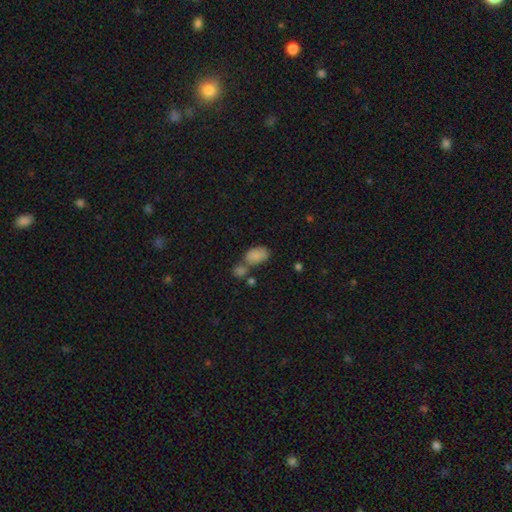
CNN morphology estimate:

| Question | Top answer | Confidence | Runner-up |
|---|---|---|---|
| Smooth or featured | smooth | 84% | star or artifact (9%) |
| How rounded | in between | 91% | round (8%) |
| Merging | none | 42% | merger (34%) |